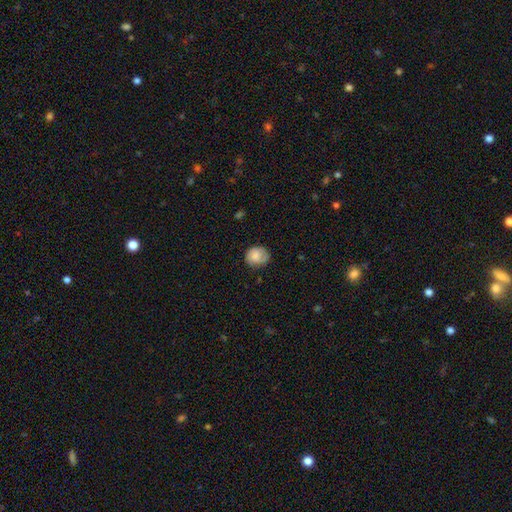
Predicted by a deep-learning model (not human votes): Smooth or featured? smooth (69%)
How rounded? round (68%)
Merging? none (72%)